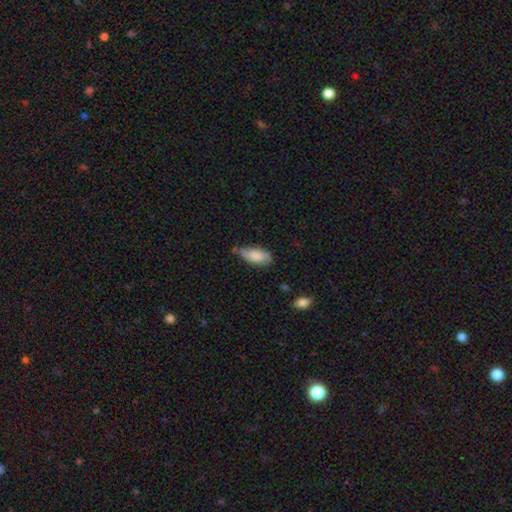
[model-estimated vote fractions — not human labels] smooth 82%, featured or disk 12%, star or artifact 6%. Down the decision tree: how rounded — in between (86%); merging — none (56%).